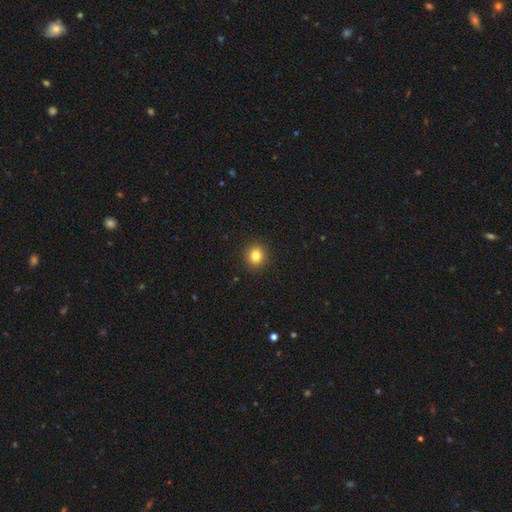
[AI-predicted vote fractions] This is clearly a smooth galaxy (83%). How rounded: likely round (75%). Merging: clearly none (91%).